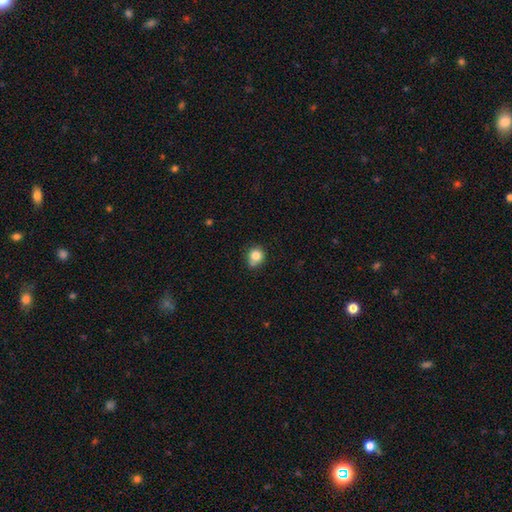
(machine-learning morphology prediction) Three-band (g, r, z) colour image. It shows a smooth galaxy with no disk features (82%) that is round (82%). Merging: none (65%).